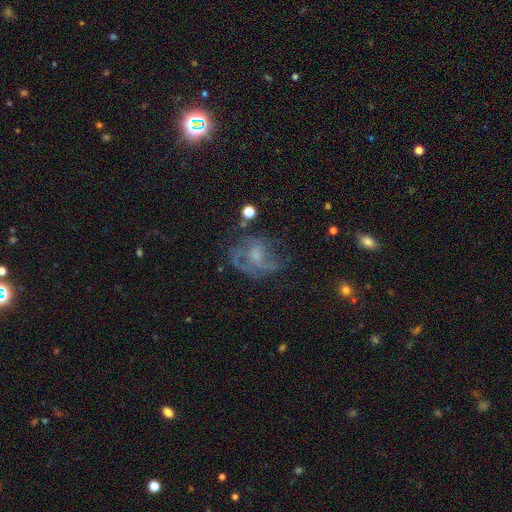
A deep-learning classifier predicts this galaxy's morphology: Smooth or featured: featured or disk — 65% (smooth — 22%)
Edge-on disk: no — 97% (yes — 3%)
Bar: no — 67% (weak — 28%)
Spiral arms: yes — 72% (no — 28%)
Bulge size: small — 37% (moderate — 32%)
Merging: none — 48% (major disturbance — 28%)